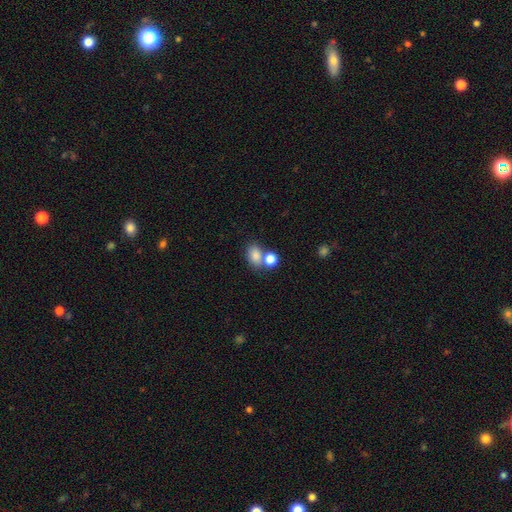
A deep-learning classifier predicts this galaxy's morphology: smooth 81%, star or artifact 11%, featured or disk 8%. Down the decision tree: how rounded — in between (67%); merging — none (48%).